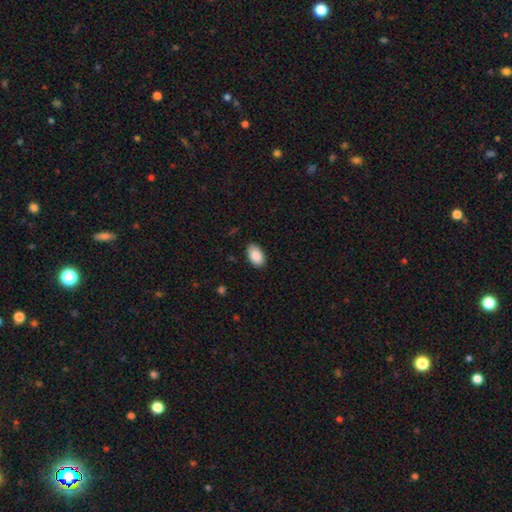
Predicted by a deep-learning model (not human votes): This is clearly a smooth galaxy (88%). How rounded: clearly in between (93%). Merging: clearly none (88%).